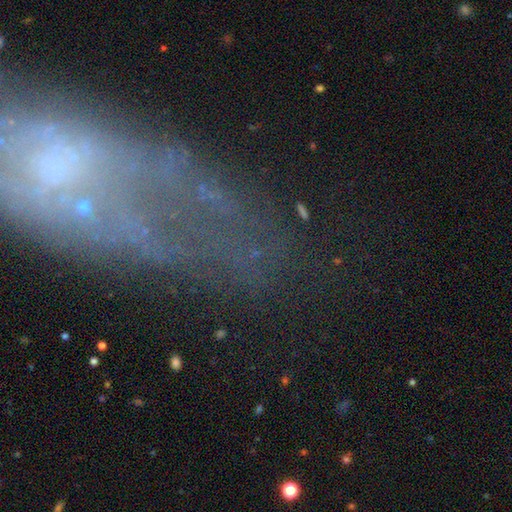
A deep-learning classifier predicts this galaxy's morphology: Smooth or featured? Predicted: featured or disk (p=0.51). Edge-on disk? Predicted: no (p=0.77). Merging? Predicted: none (p=0.56).